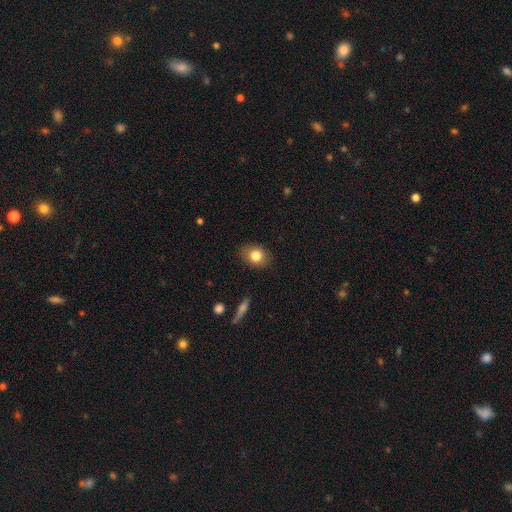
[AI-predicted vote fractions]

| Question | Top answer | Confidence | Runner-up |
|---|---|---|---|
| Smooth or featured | smooth | 81% | featured or disk (10%) |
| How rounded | in between | 55% | round (44%) |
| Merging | none | 87% | minor disturbance (10%) |